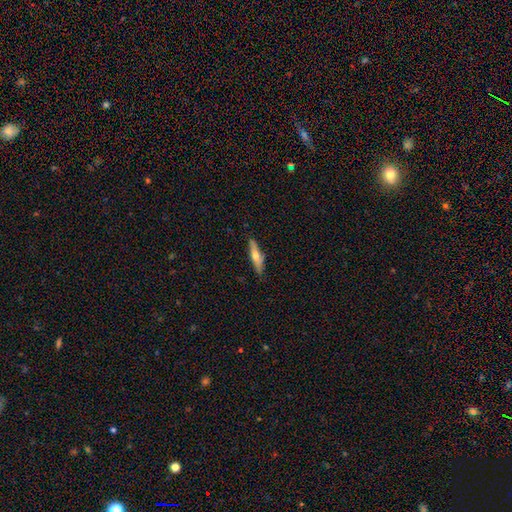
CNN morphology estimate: A smooth galaxy with no disk features (48%). Merging: none (82%).